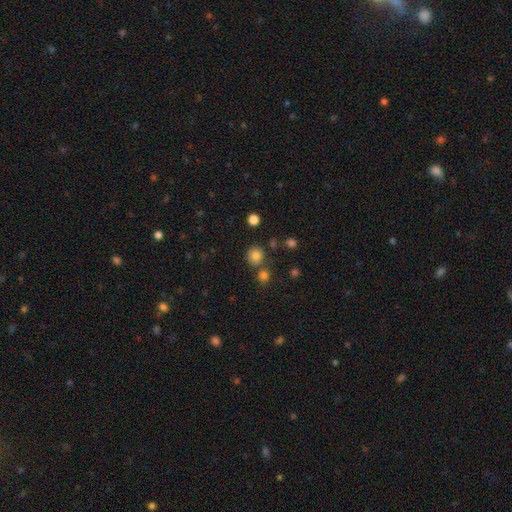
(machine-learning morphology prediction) This appears to be a smooth galaxy with no disk features (81%) that is round (86%). Merging: none (76%).